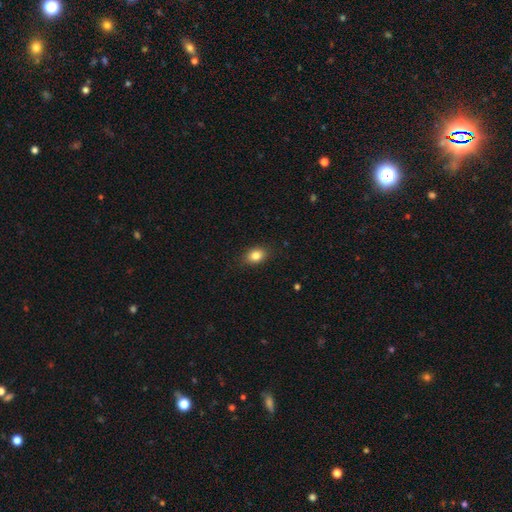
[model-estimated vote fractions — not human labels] Smooth or featured: smooth — 83% (star or artifact — 9%)
How rounded: in between — 74% (round — 25%)
Merging: none — 86% (minor disturbance — 11%)